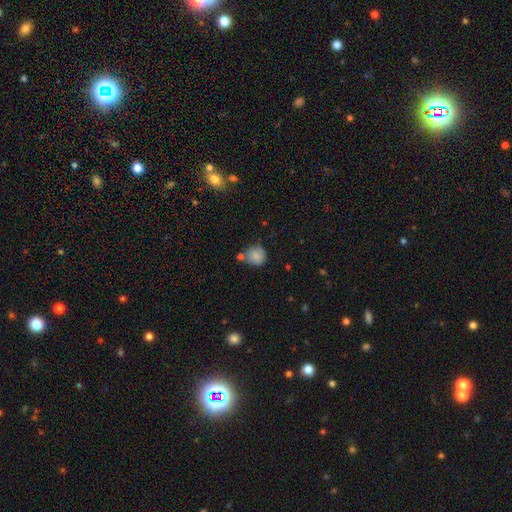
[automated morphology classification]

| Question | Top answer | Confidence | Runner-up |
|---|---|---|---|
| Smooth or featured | smooth | 85% | star or artifact (9%) |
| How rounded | round | 86% | in between (13%) |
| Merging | none | 61% | minor disturbance (19%) |